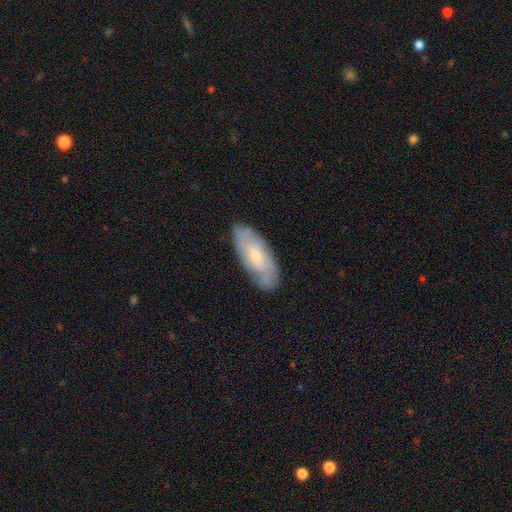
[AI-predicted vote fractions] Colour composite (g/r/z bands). It shows a smooth galaxy with no disk features (50%). Merging: none (74%).